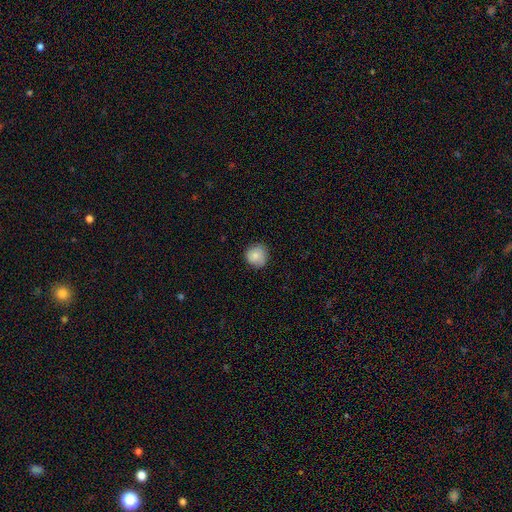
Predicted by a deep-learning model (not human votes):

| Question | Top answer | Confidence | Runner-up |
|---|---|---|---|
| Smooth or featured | smooth | 82% | featured or disk (10%) |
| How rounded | round | 90% | in between (9%) |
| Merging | none | 79% | minor disturbance (17%) |